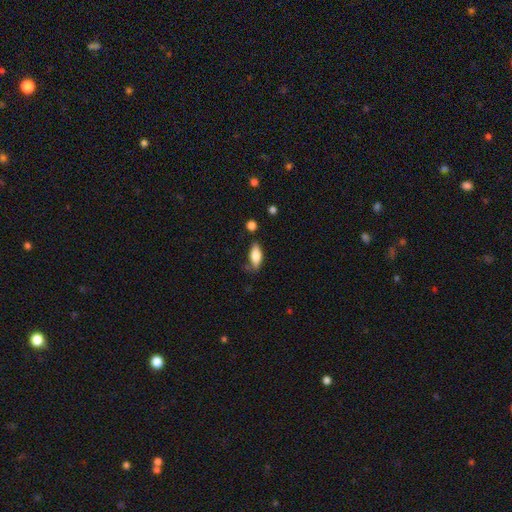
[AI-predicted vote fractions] Smooth or featured?
  - smooth: 78% *
  - featured or disk: 15%
  - star or artifact: 7%
How rounded?
  - in between: 81% *
  - cigar-shaped: 17%
  - round: 3%
Merging?
  - none: 66% *
  - minor disturbance: 24%
  - major disturbance: 6%
  - merger: 4%